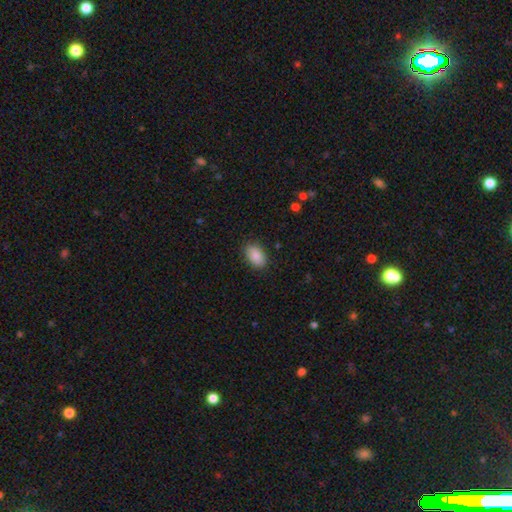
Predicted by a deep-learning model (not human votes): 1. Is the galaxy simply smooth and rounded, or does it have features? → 87% smooth, 7% star or artifact, 6% featured or disk.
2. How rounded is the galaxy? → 89% in between, 10% round, 1% cigar-shaped.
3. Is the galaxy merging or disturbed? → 86% none, 10% minor disturbance, 3% major disturbance, 1% merger.